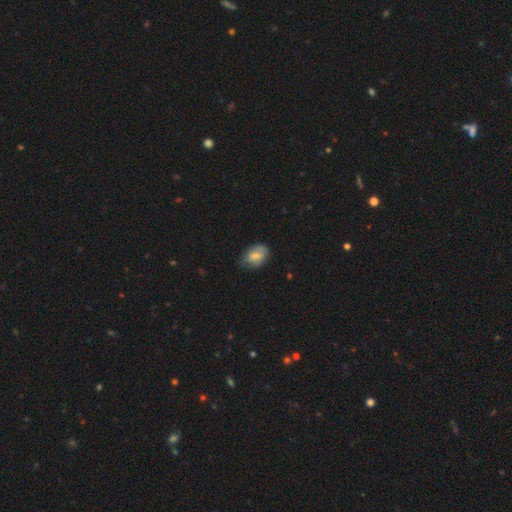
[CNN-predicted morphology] Smooth or featured? Predicted: smooth (p=0.72). How rounded? Predicted: in between (p=0.85). Merging? Predicted: none (p=0.62).